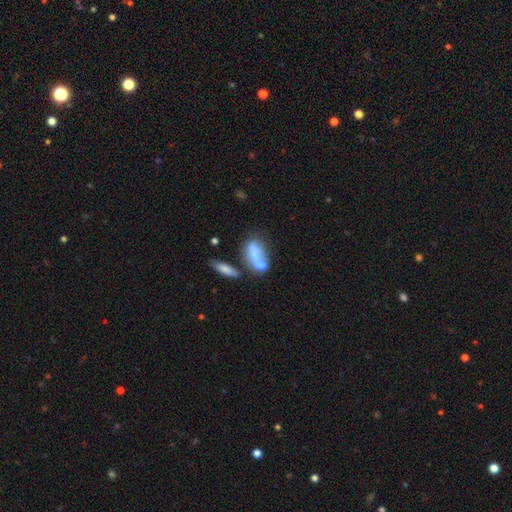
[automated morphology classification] Overall: smooth (63%; featured or disk 29%). How rounded: in between (78%). Merging: merger (43%; none 29%).